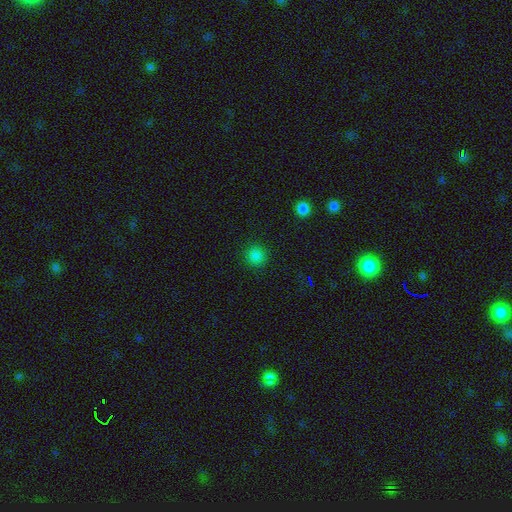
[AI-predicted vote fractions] Q: Smooth or featured?
A: smooth (83%); runner-up: star or artifact (14%)
Q: How rounded?
A: round (92%); runner-up: in between (7%)
Q: Merging?
A: none (91%); runner-up: minor disturbance (6%)